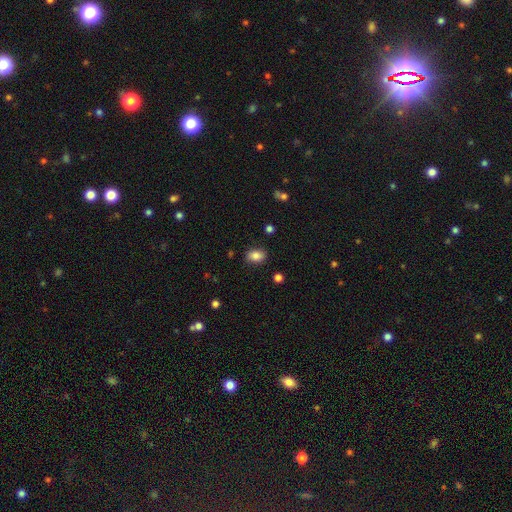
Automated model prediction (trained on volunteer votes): This is clearly a smooth galaxy (84%). How rounded: likely in between (79%). Merging: clearly none (83%).